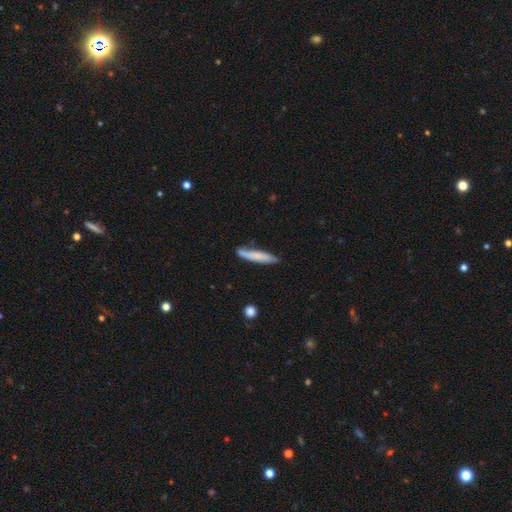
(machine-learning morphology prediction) This is likely a smooth galaxy (73%). How rounded: clearly cigar-shaped (90%). Merging: likely none (74%).